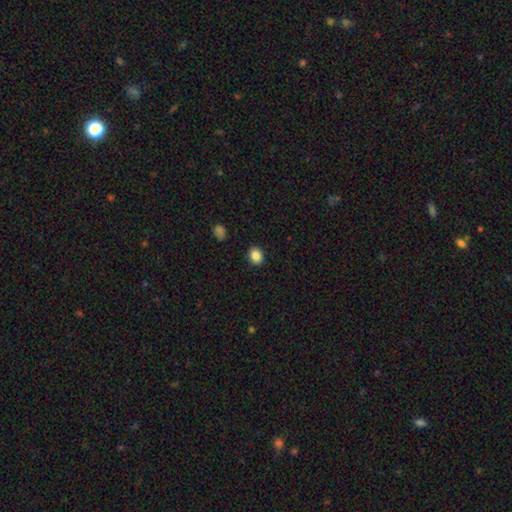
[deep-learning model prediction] A smooth galaxy with no disk features (87%) that is round (54%). Merging: none (90%).